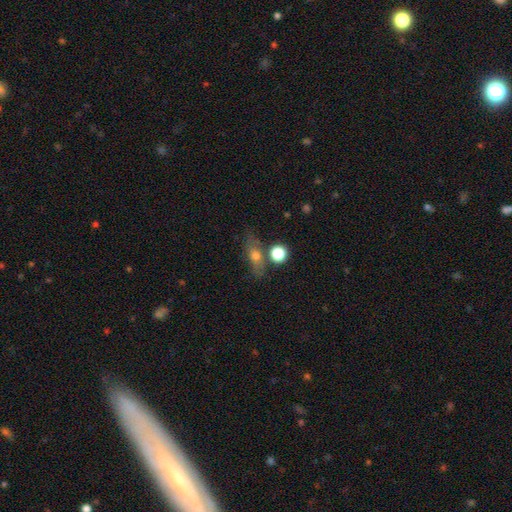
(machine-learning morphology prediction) smooth_or_featured: smooth (p=0.57) [alt: featured or disk p=0.28]
how_rounded: in between (p=0.53) [alt: cigar-shaped p=0.24]
merging: none (p=0.68) [alt: minor disturbance p=0.14]